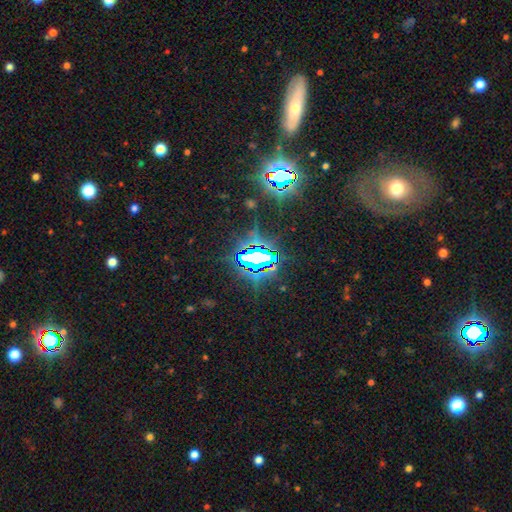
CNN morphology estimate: This appears to be a star or artifact, not a galaxy (81%).